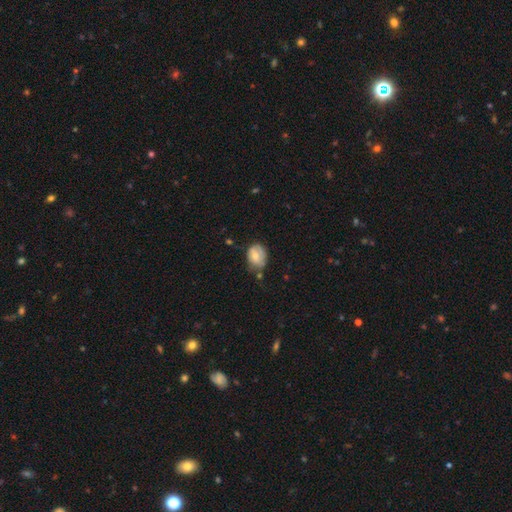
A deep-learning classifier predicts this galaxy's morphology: Overall: smooth (69%). How rounded: in between (71%). Merging: none (49%; minor disturbance 36%).